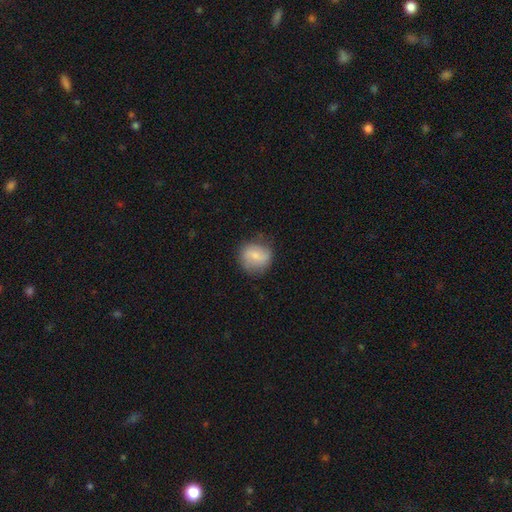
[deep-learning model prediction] A smooth galaxy with no disk features (74%) that is round (83%).

Vote fractions:
- Smooth or featured? smooth: 74% / featured or disk: 18% / star or artifact: 7%
- How rounded? round: 83% / in between: 16% / cigar-shaped: 1%
- Merging? none: 75% / minor disturbance: 18% / major disturbance: 5% / merger: 1%